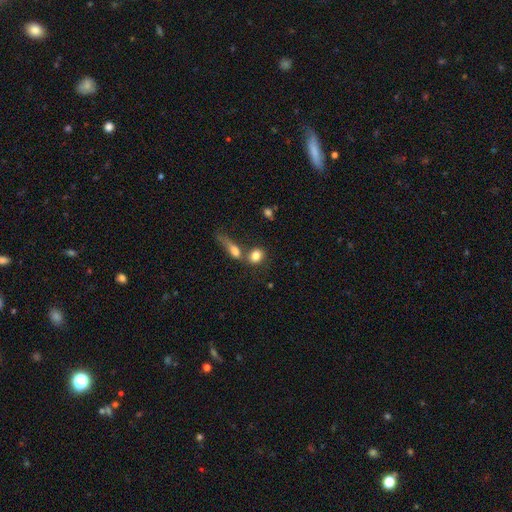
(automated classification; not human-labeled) Morphology: type=smooth (80%); roundness=in between (51%); merging=none (43%).